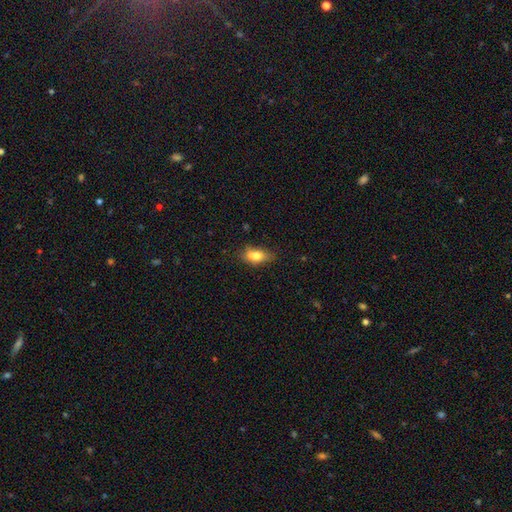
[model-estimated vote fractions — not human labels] Smooth or featured? Predicted: smooth (p=0.75). How rounded? Predicted: in between (p=0.81). Merging? Predicted: none (p=0.61).